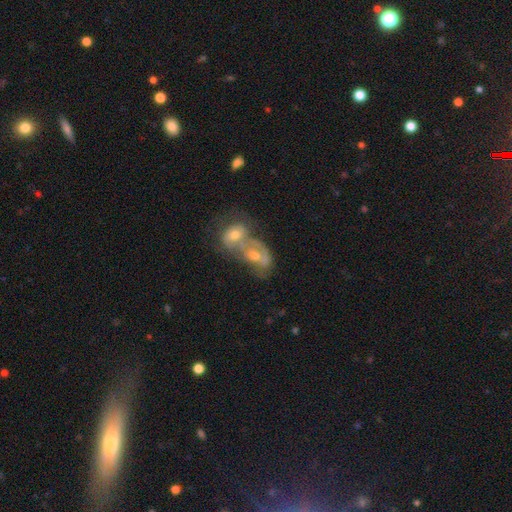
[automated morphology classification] Smooth or featured? Predicted: featured or disk (p=0.51). Edge-on disk? Predicted: no (p=0.96). Merging? Predicted: merger (p=0.73).